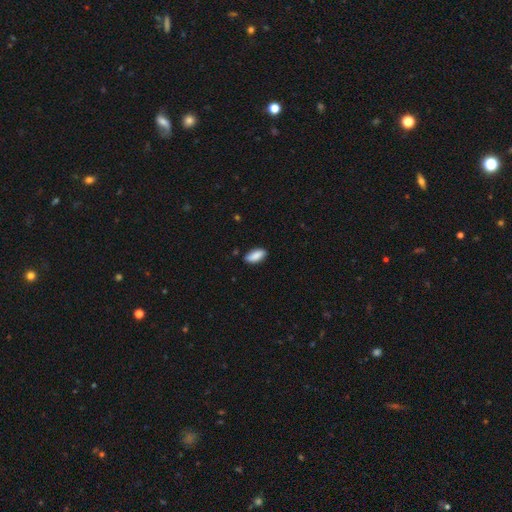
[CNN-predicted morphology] This appears to be a smooth galaxy with no disk features (87%) that is in between round and cigar-shaped (87%). Merging: none (84%).